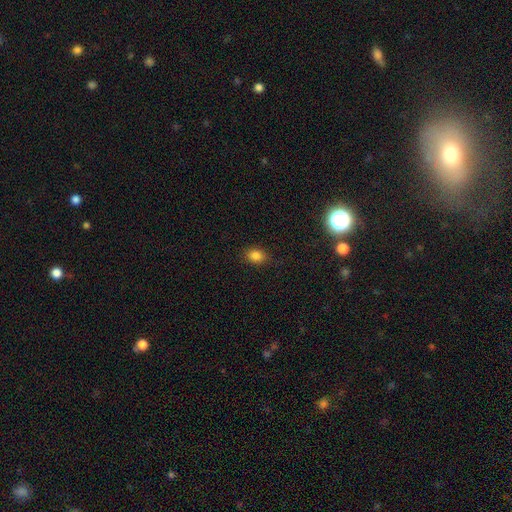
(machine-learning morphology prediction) smooth 82%, star or artifact 13%, featured or disk 5%. Down the decision tree: how rounded — in between (67%); merging — none (83%).